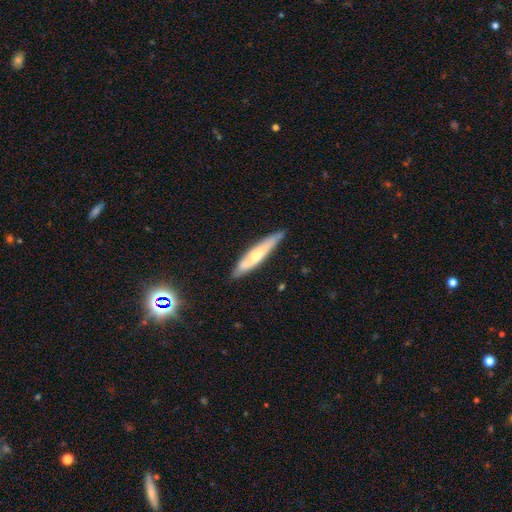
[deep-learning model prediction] A smooth galaxy with no disk features (52%) that is cigar-shaped (88%).

Vote fractions:
- Smooth or featured? smooth: 52% / featured or disk: 42% / star or artifact: 6%
- How rounded? cigar-shaped: 88% / in between: 10% / round: 1%
- Merging? none: 80% / minor disturbance: 16% / major disturbance: 3% / merger: 2%